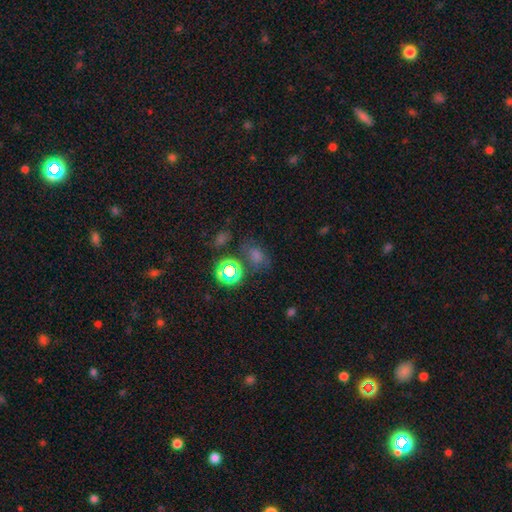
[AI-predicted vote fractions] This is possibly a smooth galaxy (48%). Merging: possibly none (59%).